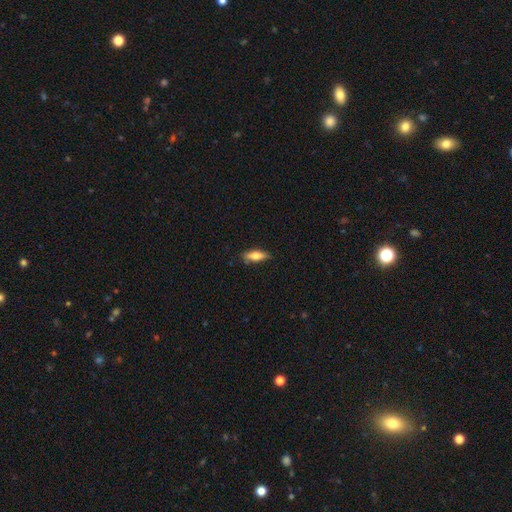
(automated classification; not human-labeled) smooth 65%, featured or disk 28%, star or artifact 6%. Down the decision tree: how rounded — in between (56%); merging — none (75%).